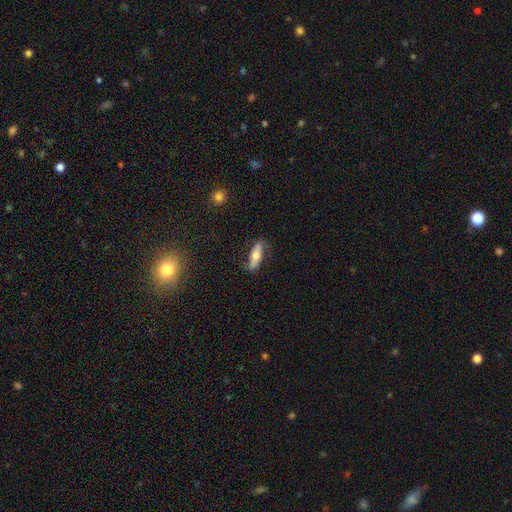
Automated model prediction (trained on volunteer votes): The model was most divided on "smooth or featured": smooth: 49%, featured or disk: 45%, star or artifact: 6%. More confident: merging — none (74%).